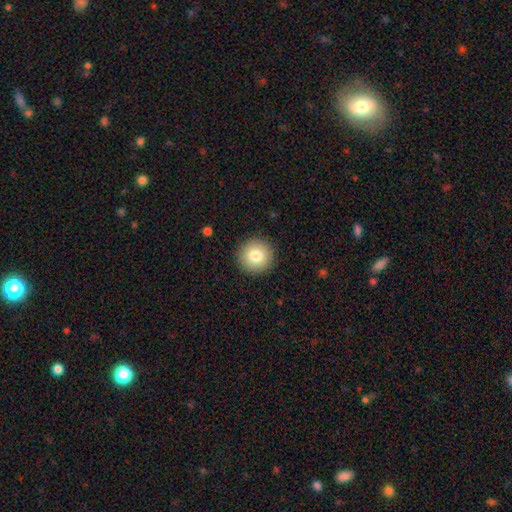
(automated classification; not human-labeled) Smooth or featured: smooth — 80% (featured or disk — 10%)
How rounded: round — 94% (in between — 5%)
Merging: none — 92% (minor disturbance — 6%)